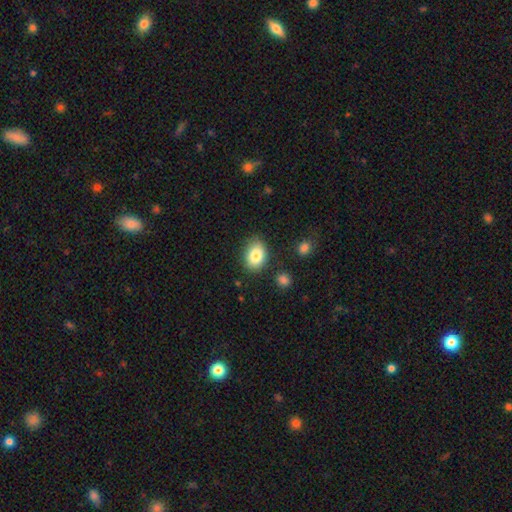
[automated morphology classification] Smooth or featured: smooth — 83% (featured or disk — 9%)
How rounded: in between — 75% (round — 24%)
Merging: none — 80% (minor disturbance — 14%)